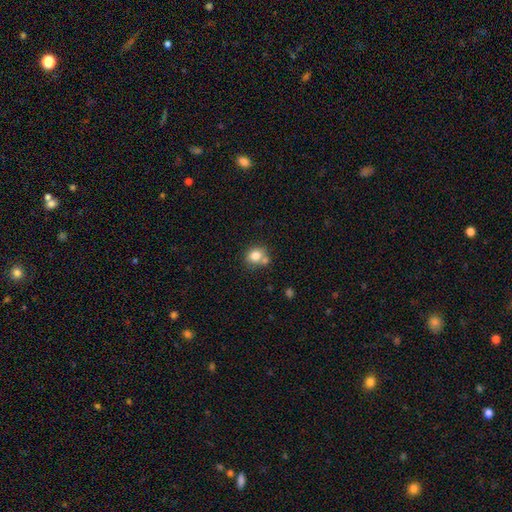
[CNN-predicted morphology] type=smooth (79%); roundness=round (65%); merging=none (52%).